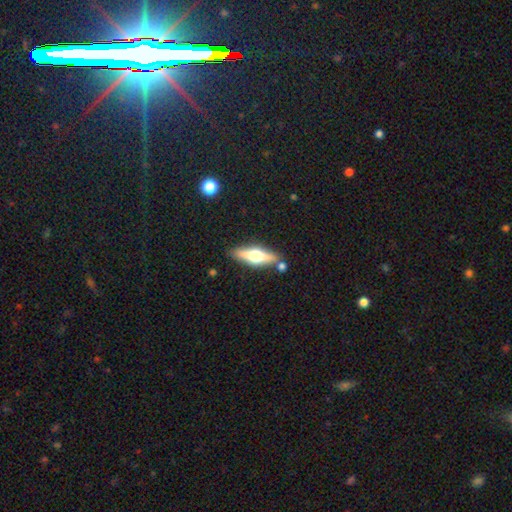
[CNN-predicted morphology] Smooth or featured?
  - featured or disk: 58% *
  - smooth: 36%
  - star or artifact: 6%
Edge-on disk?
  - yes: 92% *
  - no: 8%
Edge-on bulge?
  - rounded: 95% *
  - boxy: 3%
  - none: 2%
Merging?
  - none: 81% *
  - minor disturbance: 10%
  - merger: 6%
  - major disturbance: 3%